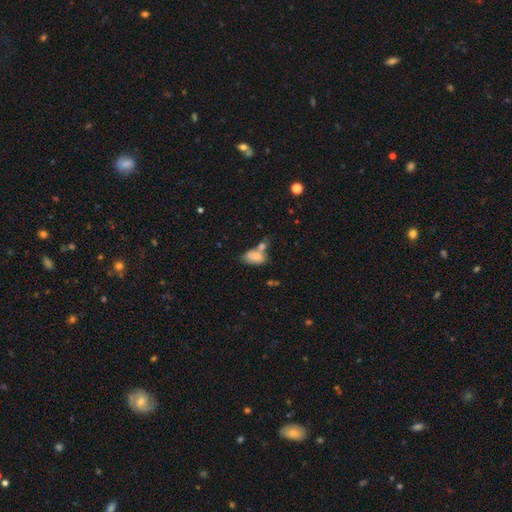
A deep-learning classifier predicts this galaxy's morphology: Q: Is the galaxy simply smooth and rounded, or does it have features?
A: smooth — 74%.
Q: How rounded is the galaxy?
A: in between — 87%.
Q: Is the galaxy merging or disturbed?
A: merger — 46%.